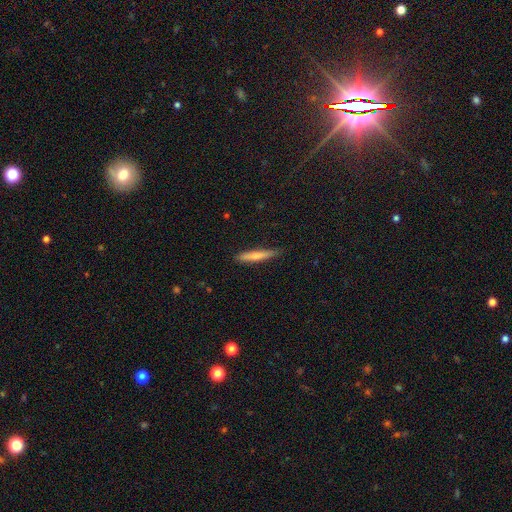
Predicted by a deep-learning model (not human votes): Overall: smooth (64%; featured or disk 30%). How rounded: cigar-shaped (92%). Merging: none (84%).